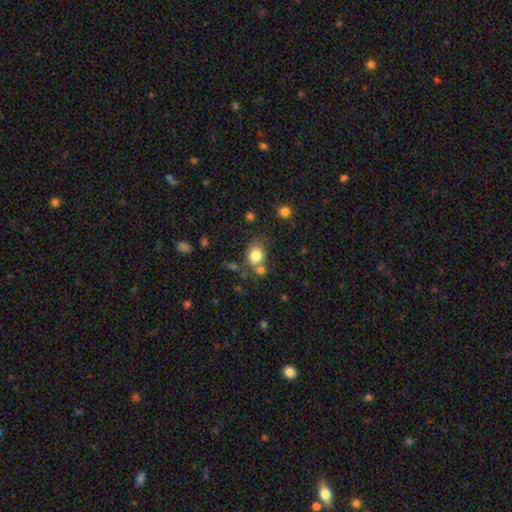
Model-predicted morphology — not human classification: Smooth or featured? Predicted: smooth (p=0.81). How rounded? Predicted: round (p=0.63). Merging? Predicted: none (p=0.59).